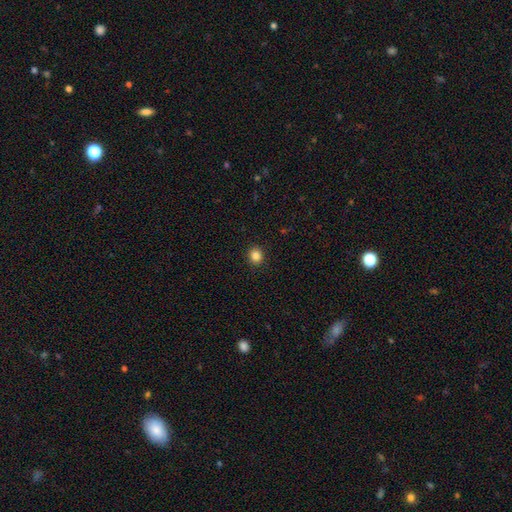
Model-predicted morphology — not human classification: The model was most divided on "how rounded": round: 80%, in between: 19%, cigar-shaped: 1%. More confident: merging — none (92%); smooth or featured — smooth (85%).